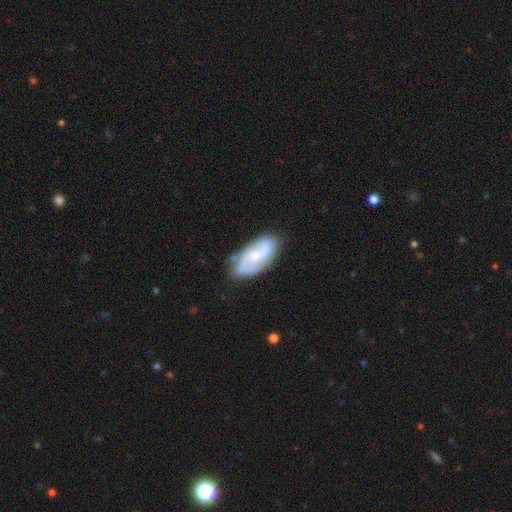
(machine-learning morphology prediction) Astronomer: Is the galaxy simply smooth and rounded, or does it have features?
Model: featured or disk — 70%.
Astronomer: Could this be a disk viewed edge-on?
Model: no — 95%.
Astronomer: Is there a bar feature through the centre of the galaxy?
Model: no — 53% (runner-up: weak, 39%).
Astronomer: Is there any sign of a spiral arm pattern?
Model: yes — 90%.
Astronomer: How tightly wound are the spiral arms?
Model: medium — 46% (runner-up: loose, 30%).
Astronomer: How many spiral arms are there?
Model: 2 — 77%.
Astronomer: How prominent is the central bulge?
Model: small — 50% (runner-up: moderate, 40%).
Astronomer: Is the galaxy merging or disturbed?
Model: none — 75%.